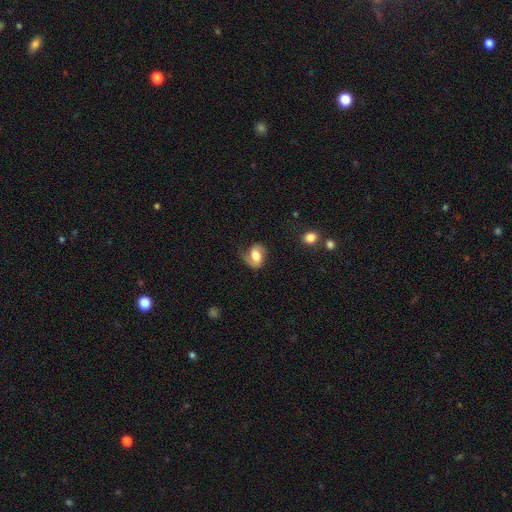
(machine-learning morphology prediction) Overall: featured or disk (50%; smooth 42%). Edge-on disk: no (96%). Merging: none (58%; minor disturbance 25%).